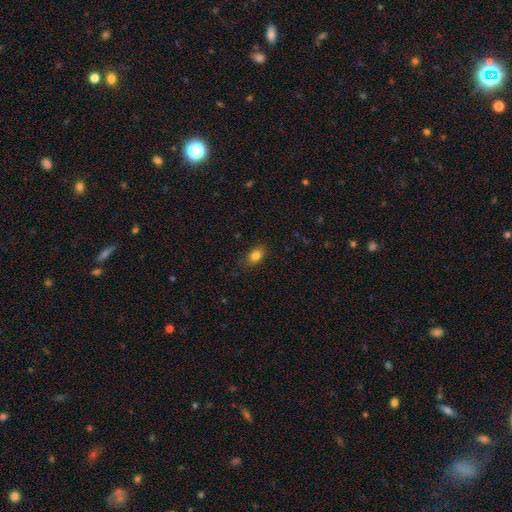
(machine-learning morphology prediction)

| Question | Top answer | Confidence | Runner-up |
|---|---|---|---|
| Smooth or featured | smooth | 83% | star or artifact (10%) |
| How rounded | in between | 79% | round (18%) |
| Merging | none | 82% | minor disturbance (13%) |